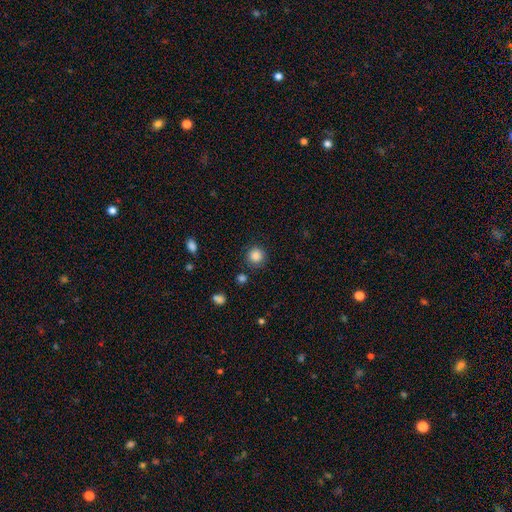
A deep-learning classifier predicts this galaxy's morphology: type=smooth (86%); roundness=round (93%); merging=none (85%).